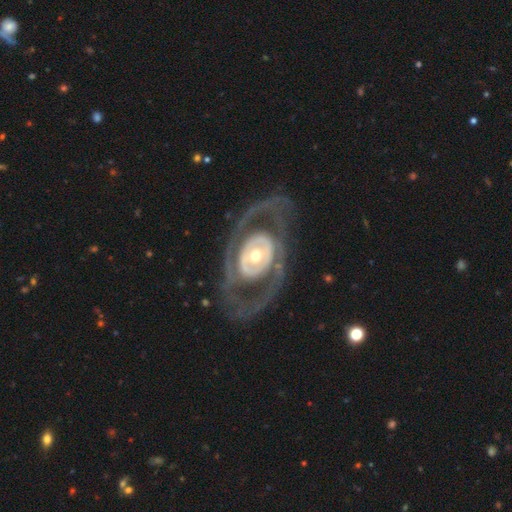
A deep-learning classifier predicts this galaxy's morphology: The model was most divided on "spiral arms": yes: 57%, no: 43%. More confident: edge-on disk — no (94%); smooth or featured — featured or disk (83%); merging — none (70%); bar — no (69%); bulge size — moderate (63%).